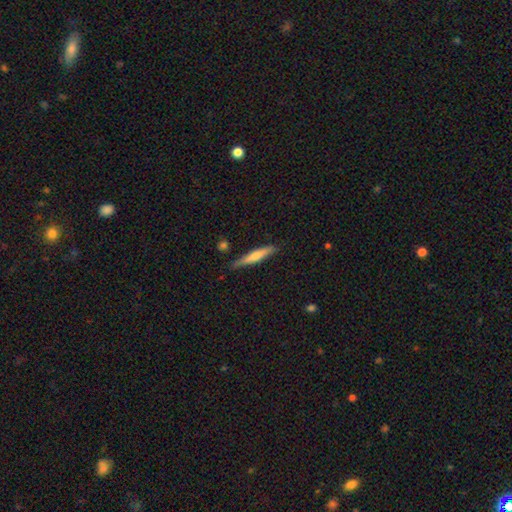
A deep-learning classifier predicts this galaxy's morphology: smooth 49%, featured or disk 45%, star or artifact 6%. Down the decision tree: merging — none (85%).